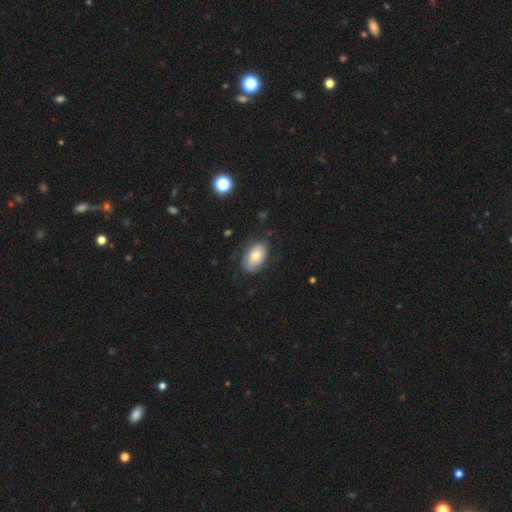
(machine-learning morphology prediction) The model was most divided on "merging": none: 64%, minor disturbance: 25%, major disturbance: 9%, merger: 1%. More confident: how rounded — in between (90%); smooth or featured — smooth (67%).